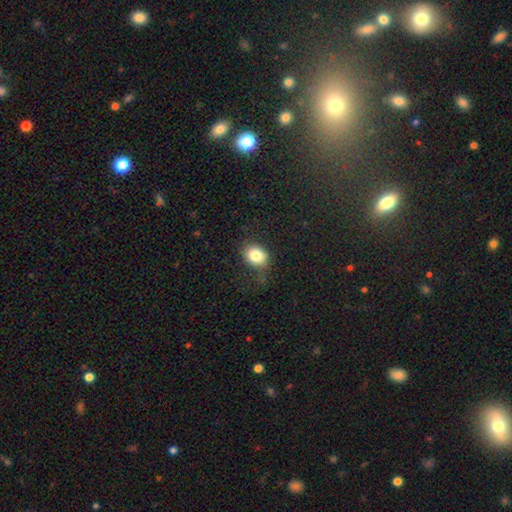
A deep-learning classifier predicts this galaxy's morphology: type=smooth (82%); roundness=in between (52%); merging=none (69%).